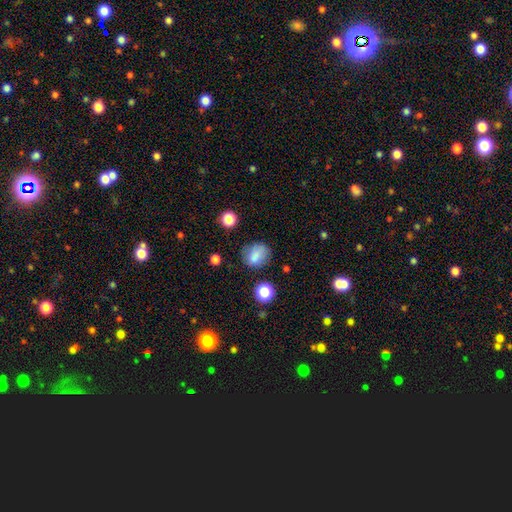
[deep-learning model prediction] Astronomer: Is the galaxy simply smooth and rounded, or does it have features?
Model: smooth — 77%.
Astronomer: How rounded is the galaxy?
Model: round — 53% (runner-up: in between, 46%).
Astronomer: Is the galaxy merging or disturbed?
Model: none — 66%.